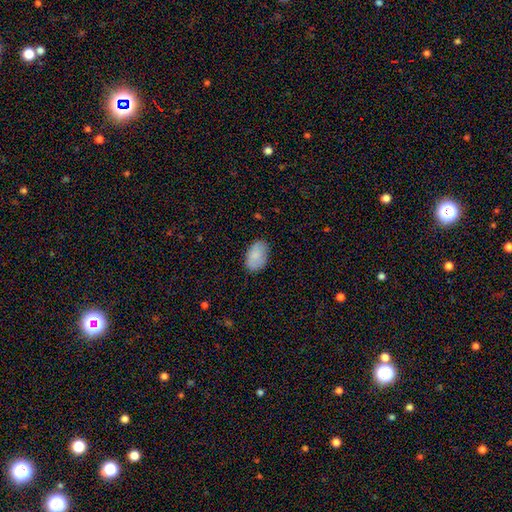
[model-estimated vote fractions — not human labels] The model was most divided on "merging": none: 80%, minor disturbance: 16%, major disturbance: 3%, merger: 1%. More confident: how rounded — in between (92%); smooth or featured — smooth (85%).